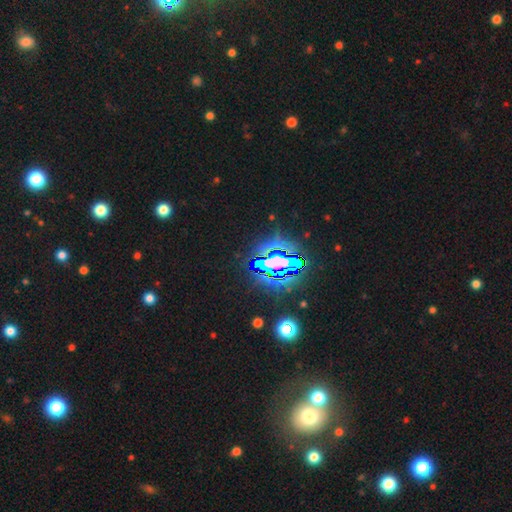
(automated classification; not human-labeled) The model was most divided on "smooth or featured": star or artifact: 83%, smooth: 10%, featured or disk: 7%.